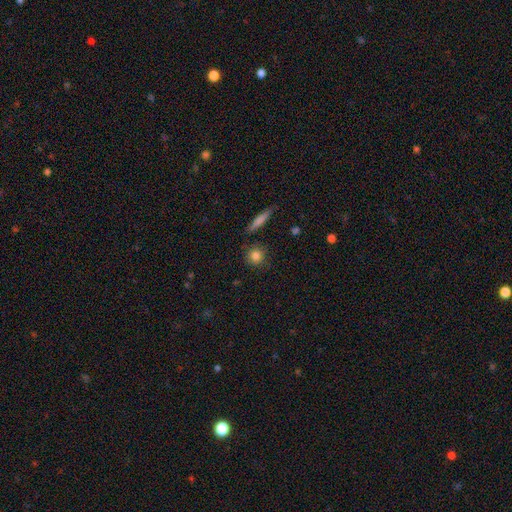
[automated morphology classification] Smooth or featured?
  - smooth: 83% *
  - star or artifact: 9%
  - featured or disk: 8%
How rounded?
  - round: 86% *
  - in between: 10%
  - cigar-shaped: 4%
Merging?
  - none: 84% *
  - minor disturbance: 10%
  - merger: 3%
  - major disturbance: 3%